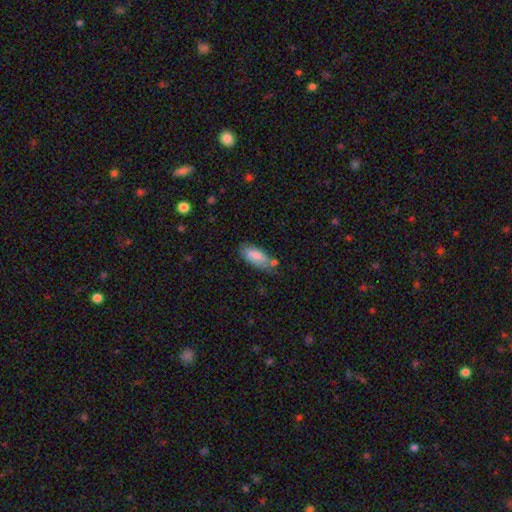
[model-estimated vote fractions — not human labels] A smooth galaxy with no disk features (81%) that is in between round and cigar-shaped (84%). Merging: none (54%).